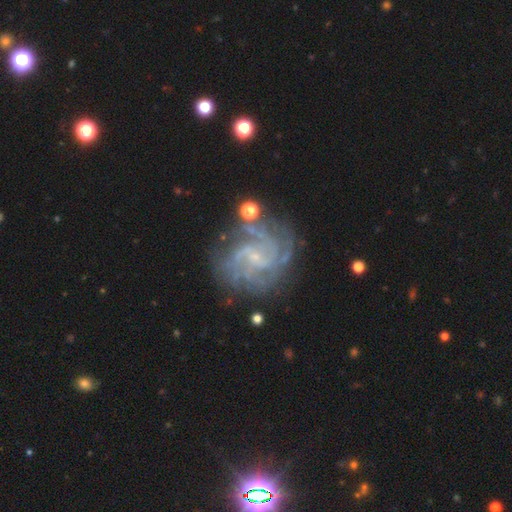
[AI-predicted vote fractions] Smooth or featured: featured or disk — 87% (star or artifact — 8%)
Edge-on disk: no — 98% (yes — 2%)
Bar: no — 48% (weak — 42%)
Spiral arms: yes — 97% (no — 3%)
Spiral winding: tight — 55% (medium — 37%)
Spiral arm count: 4 — 25% (tied with can't tell — 25%)
Bulge size: small — 79% (none — 10%)
Merging: none — 71% (minor disturbance — 16%)